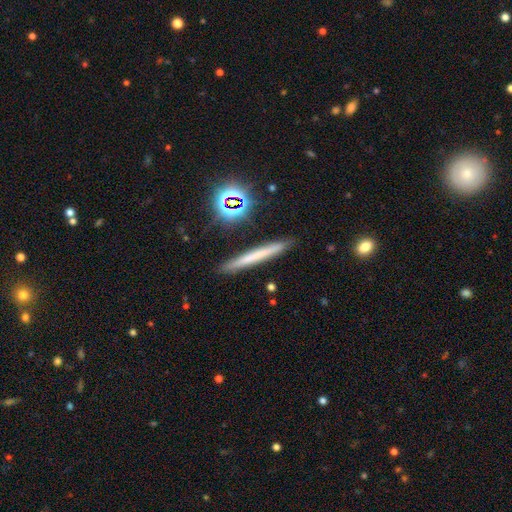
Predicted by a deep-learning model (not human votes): A smooth galaxy with no disk features (56%) that is cigar-shaped (96%).

Vote fractions:
- Smooth or featured? smooth: 56% / featured or disk: 32% / star or artifact: 12%
- How rounded? cigar-shaped: 96% / in between: 2% / round: 2%
- Merging? none: 90% / minor disturbance: 7% / merger: 2% / major disturbance: 2%